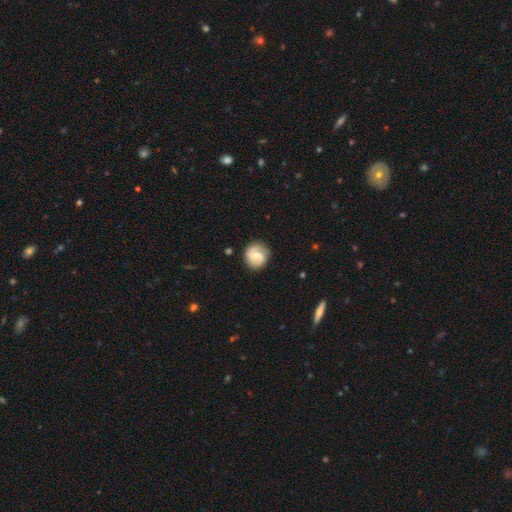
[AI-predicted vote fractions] Q: Smooth or featured?
A: featured or disk (71%); runner-up: smooth (23%)
Q: Edge-on disk?
A: no (98%); runner-up: yes (2%)
Q: Bar?
A: weak (53%); runner-up: no (33%)
Q: Spiral arms?
A: yes (94%); runner-up: no (6%)
Q: Spiral winding?
A: medium (46%); runner-up: tight (28%)
Q: Spiral arm count?
A: 2 (86%); runner-up: can't tell (6%)
Q: Bulge size?
A: small (44%); runner-up: moderate (40%)
Q: Merging?
A: none (82%); runner-up: minor disturbance (13%)